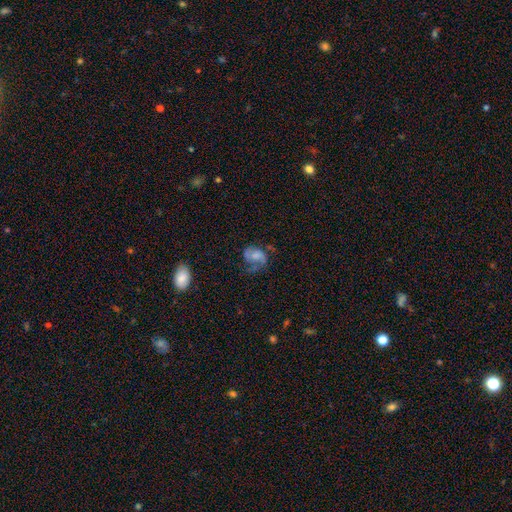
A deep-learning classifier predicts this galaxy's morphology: type=featured or disk (56%); edge-on=no (98%); bar=no (66%); spiral arms=yes (81%); bulge=small (29%, tied with moderate); merging=major disturbance (37%).